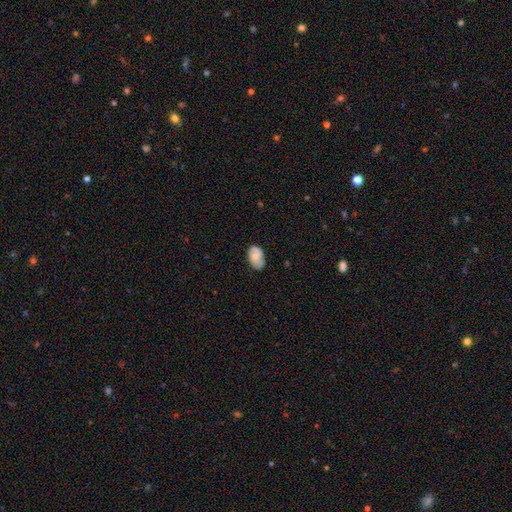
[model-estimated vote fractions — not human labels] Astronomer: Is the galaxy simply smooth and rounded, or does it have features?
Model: smooth — 67%.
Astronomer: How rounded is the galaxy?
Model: in between — 90%.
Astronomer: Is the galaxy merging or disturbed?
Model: none — 61%.